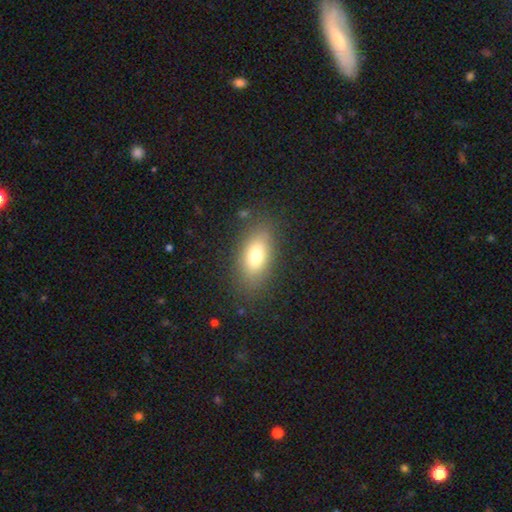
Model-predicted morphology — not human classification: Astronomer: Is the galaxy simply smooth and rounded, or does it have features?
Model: smooth — 75%.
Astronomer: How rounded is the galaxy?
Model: in between — 86%.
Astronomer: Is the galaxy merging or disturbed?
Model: none — 83%.